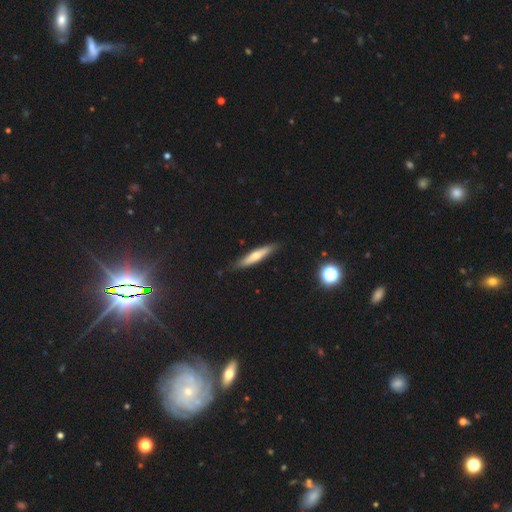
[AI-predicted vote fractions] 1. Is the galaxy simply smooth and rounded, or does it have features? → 49% smooth, 44% featured or disk, 6% star or artifact.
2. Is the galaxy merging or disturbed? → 86% none, 11% minor disturbance, 2% major disturbance, 1% merger.